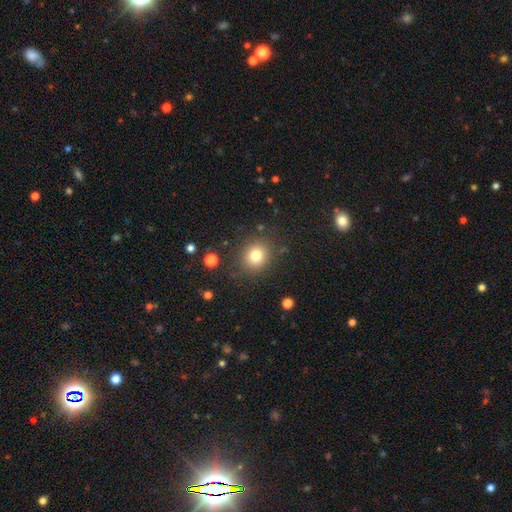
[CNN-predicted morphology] type=smooth (78%); roundness=round (82%); merging=none (85%).